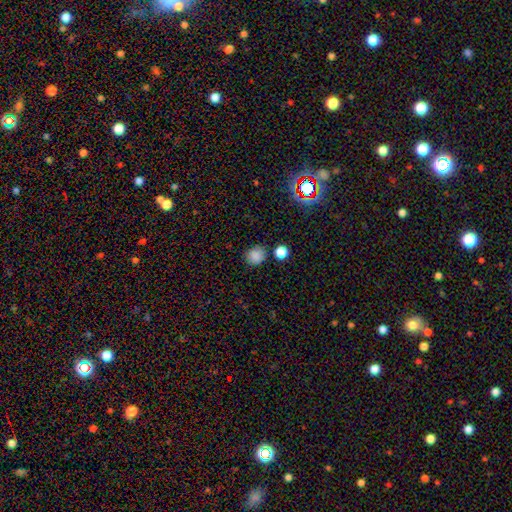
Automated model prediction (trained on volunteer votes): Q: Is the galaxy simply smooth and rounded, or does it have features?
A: smooth — 83%.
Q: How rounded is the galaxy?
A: round — 83%.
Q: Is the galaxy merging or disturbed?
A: none — 81%.